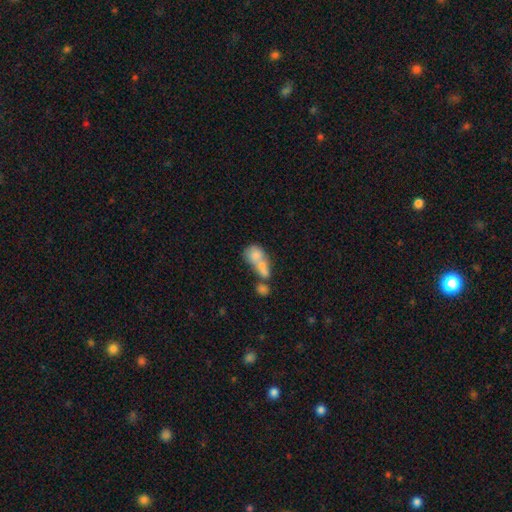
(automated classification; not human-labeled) The model was most divided on "how rounded": in between: 62%, round: 33%, cigar-shaped: 5%. More confident: merging — merger (69%); smooth or featured — smooth (66%).